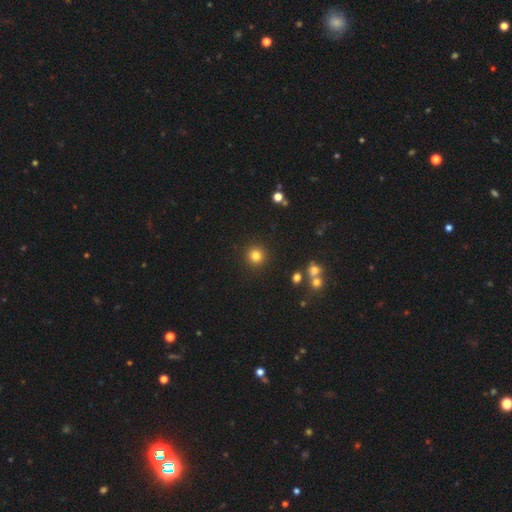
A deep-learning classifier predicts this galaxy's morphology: Overall: smooth (82%). How rounded: round (94%). Merging: none (91%).